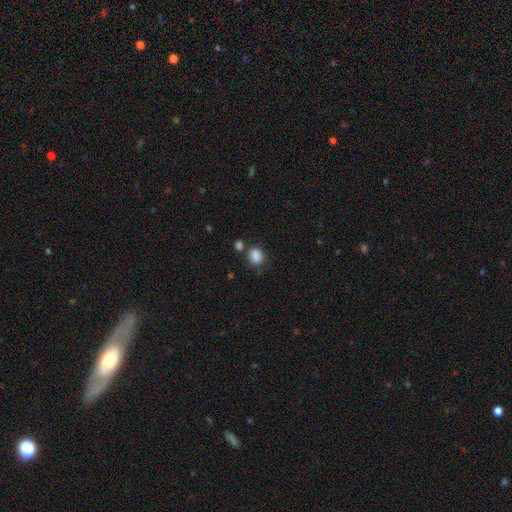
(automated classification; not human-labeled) Morphology: type=smooth (86%); roundness=in between (53%); merging=none (65%).